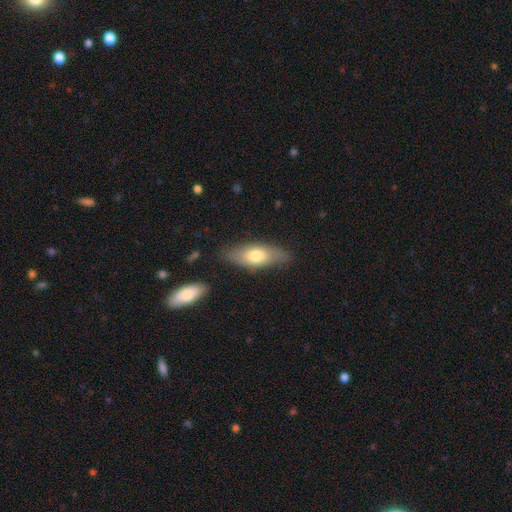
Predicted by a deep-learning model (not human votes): Smooth or featured?
  - smooth: 66% *
  - featured or disk: 28%
  - star or artifact: 6%
How rounded?
  - in between: 70% *
  - cigar-shaped: 27%
  - round: 3%
Merging?
  - none: 79% *
  - minor disturbance: 15%
  - major disturbance: 4%
  - merger: 2%